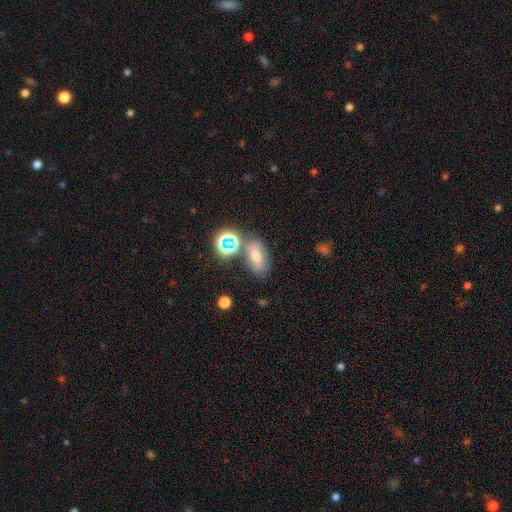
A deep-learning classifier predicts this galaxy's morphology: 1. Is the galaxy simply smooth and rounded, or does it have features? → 52% smooth, 28% star or artifact, 19% featured or disk.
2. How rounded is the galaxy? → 77% in between, 19% round, 4% cigar-shaped.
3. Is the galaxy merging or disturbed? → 65% none, 15% minor disturbance, 14% merger, 6% major disturbance.